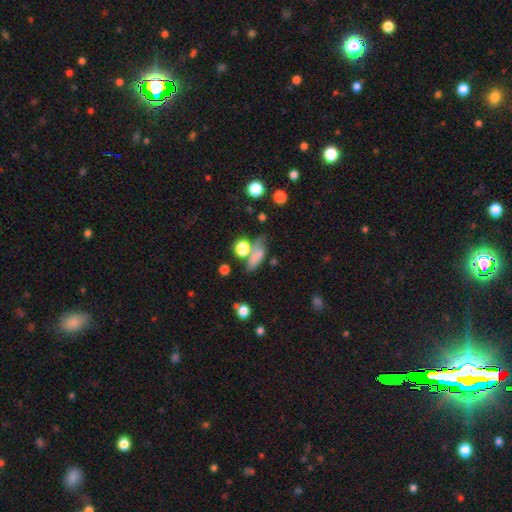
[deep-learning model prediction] Morphology: type=smooth (70%); roundness=in between (58%); merging=none (44%).